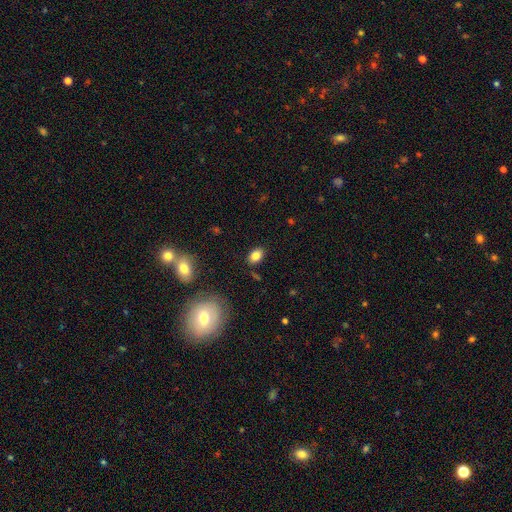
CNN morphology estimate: Smooth or featured?
  - smooth: 83% *
  - star or artifact: 10%
  - featured or disk: 7%
How rounded?
  - in between: 82% *
  - round: 17%
  - cigar-shaped: 1%
Merging?
  - none: 84% *
  - minor disturbance: 11%
  - major disturbance: 3%
  - merger: 2%